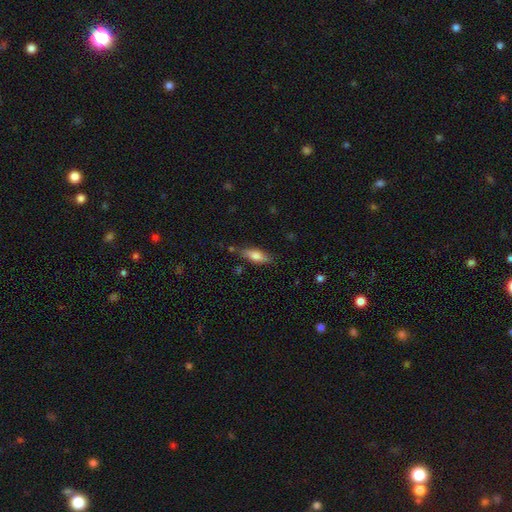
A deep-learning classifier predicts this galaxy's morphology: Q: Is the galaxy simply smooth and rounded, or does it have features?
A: smooth — 69%.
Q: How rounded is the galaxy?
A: in between — 59%.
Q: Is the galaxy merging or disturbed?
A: none — 77%.